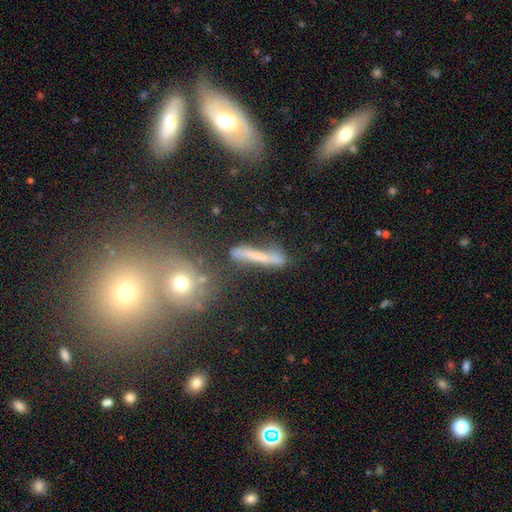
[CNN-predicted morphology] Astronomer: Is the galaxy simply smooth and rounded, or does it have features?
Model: smooth — 46% (runner-up: featured or disk, 37%).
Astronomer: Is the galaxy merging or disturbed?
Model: none — 68%.